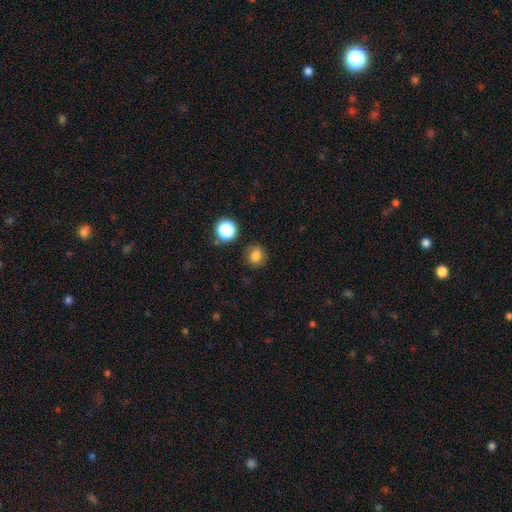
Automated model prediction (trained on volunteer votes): Smooth or featured: smooth — 79% (star or artifact — 15%)
How rounded: round — 83% (in between — 16%)
Merging: none — 85% (minor disturbance — 10%)